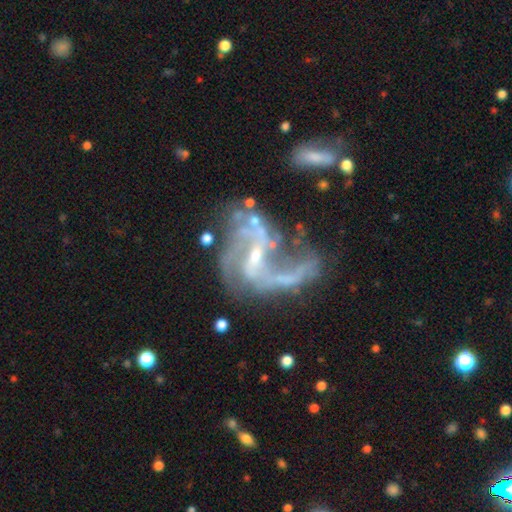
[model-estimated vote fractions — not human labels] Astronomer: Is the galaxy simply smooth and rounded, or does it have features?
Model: featured or disk — 88%.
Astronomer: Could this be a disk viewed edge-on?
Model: no — 98%.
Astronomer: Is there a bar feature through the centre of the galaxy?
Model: weak — 44% (runner-up: no, 31%).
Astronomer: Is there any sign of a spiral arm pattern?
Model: yes — 93%.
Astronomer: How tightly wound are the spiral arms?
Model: loose — 58%.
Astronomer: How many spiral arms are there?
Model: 2 — 52%.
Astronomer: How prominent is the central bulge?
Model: small — 72%.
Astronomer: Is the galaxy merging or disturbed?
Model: major disturbance — 35% (runner-up: none, 32%).